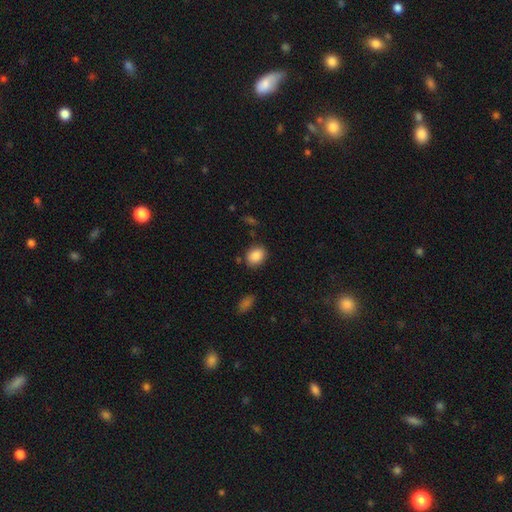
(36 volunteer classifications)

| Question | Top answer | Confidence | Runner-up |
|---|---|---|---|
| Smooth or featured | smooth | 89% | featured or disk (8%) |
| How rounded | in between | 53% | round (47%) |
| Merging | none | 63% | minor disturbance (23%) |